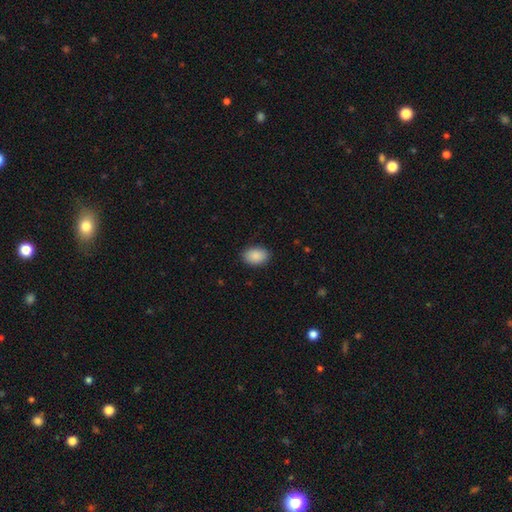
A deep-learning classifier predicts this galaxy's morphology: Smooth or featured? smooth (90%)
How rounded? in between (84%)
Merging? none (87%)